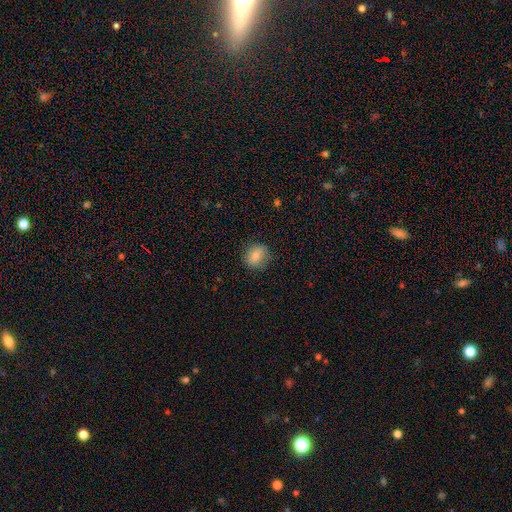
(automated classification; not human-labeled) Morphology: type=smooth (78%); roundness=round (66%); merging=none (82%).